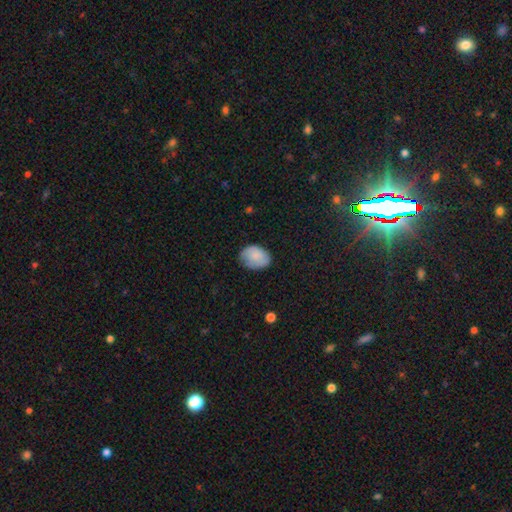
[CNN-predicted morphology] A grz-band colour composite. It shows a smooth galaxy with no disk features (83%) that is in between round and cigar-shaped (73%). Merging: none (73%).